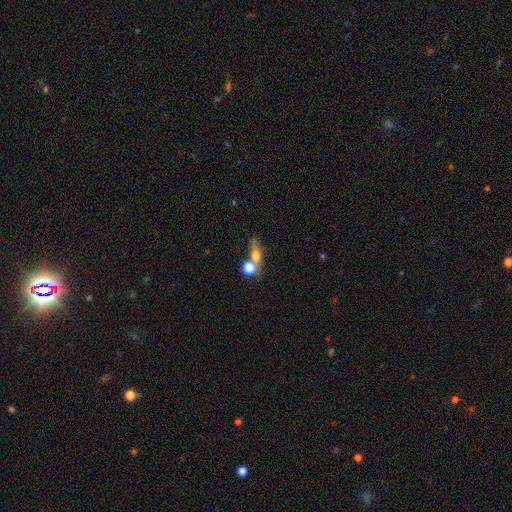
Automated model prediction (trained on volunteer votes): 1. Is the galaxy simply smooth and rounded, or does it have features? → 64% smooth, 22% featured or disk, 13% star or artifact.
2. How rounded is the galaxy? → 39% in between, 38% round, 23% cigar-shaped.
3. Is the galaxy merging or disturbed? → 45% merger, 35% none, 11% minor disturbance, 10% major disturbance.